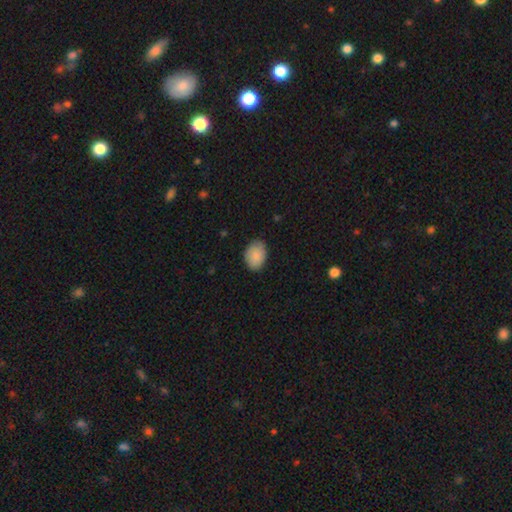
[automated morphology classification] Smooth or featured?
  - smooth: 89% *
  - star or artifact: 7%
  - featured or disk: 4%
How rounded?
  - in between: 80% *
  - round: 19%
  - cigar-shaped: 1%
Merging?
  - none: 81% *
  - minor disturbance: 16%
  - major disturbance: 3%
  - merger: 1%